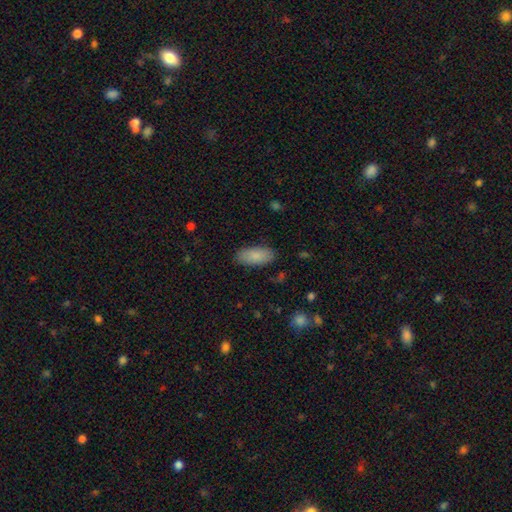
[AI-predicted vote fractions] Smooth or featured?
  - smooth: 87% *
  - featured or disk: 7%
  - star or artifact: 6%
How rounded?
  - in between: 88% *
  - cigar-shaped: 10%
  - round: 2%
Merging?
  - none: 87% *
  - minor disturbance: 10%
  - major disturbance: 2%
  - merger: 1%